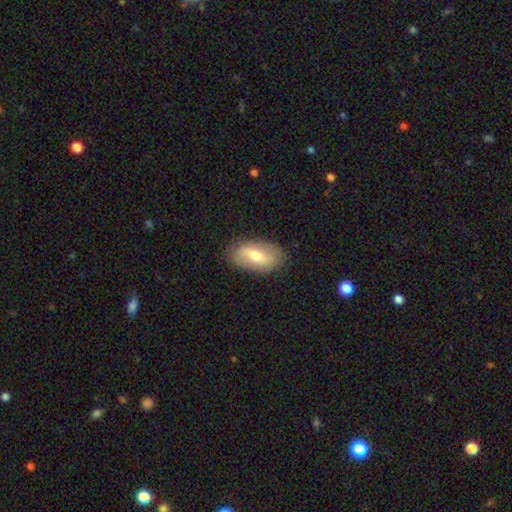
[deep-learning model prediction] Q: Smooth or featured?
A: smooth (49%); runner-up: featured or disk (45%)
Q: Merging?
A: none (85%); runner-up: minor disturbance (11%)